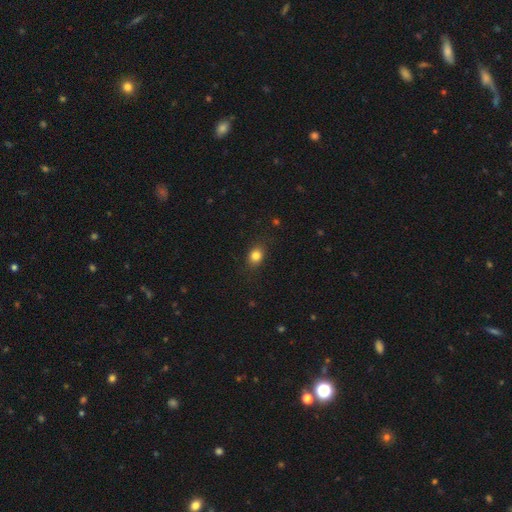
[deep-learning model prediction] This appears to be a smooth galaxy with no disk features (83%) that is in between round and cigar-shaped (53%). Merging: none (84%).